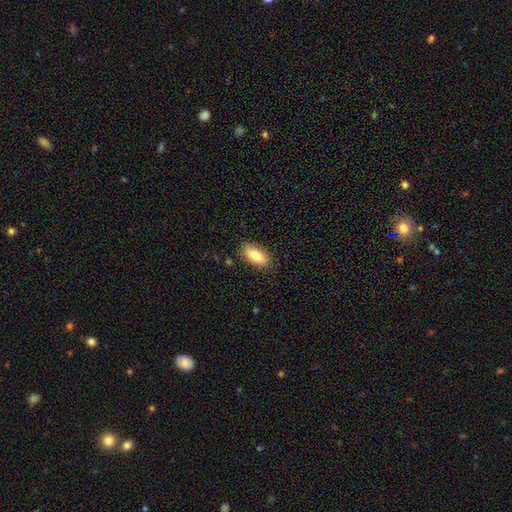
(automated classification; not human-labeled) This appears to be a smooth galaxy with no disk features (84%) that is in between round and cigar-shaped (90%). Merging: none (86%).